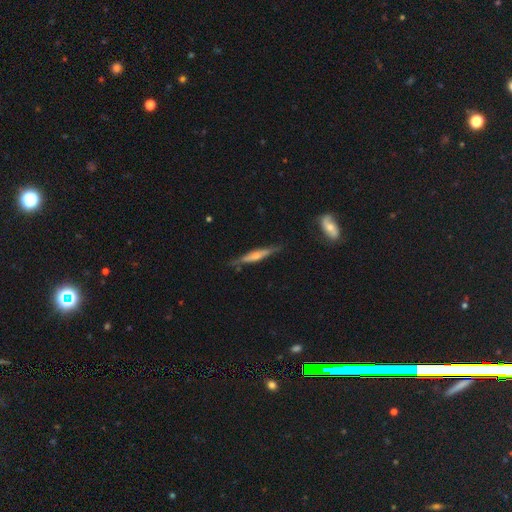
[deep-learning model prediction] Overall: featured or disk (63%; smooth 30%). Edge-on disk: yes (95%). Edge-on bulge: rounded (66%). Merging: none (81%).